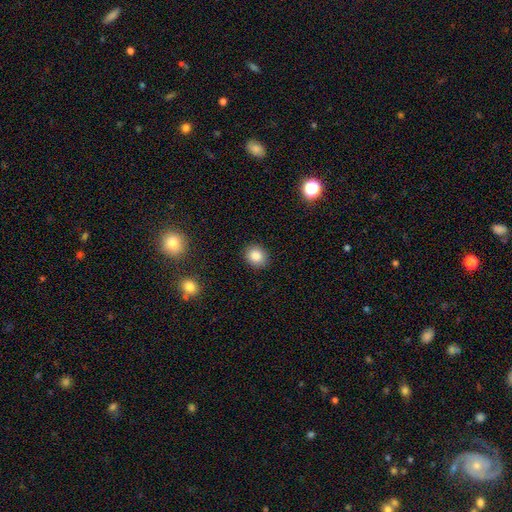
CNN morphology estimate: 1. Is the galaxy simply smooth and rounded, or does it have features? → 85% smooth, 10% star or artifact, 5% featured or disk.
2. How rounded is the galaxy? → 68% round, 31% in between, 1% cigar-shaped.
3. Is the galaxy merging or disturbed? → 88% none, 8% minor disturbance, 2% major disturbance, 1% merger.